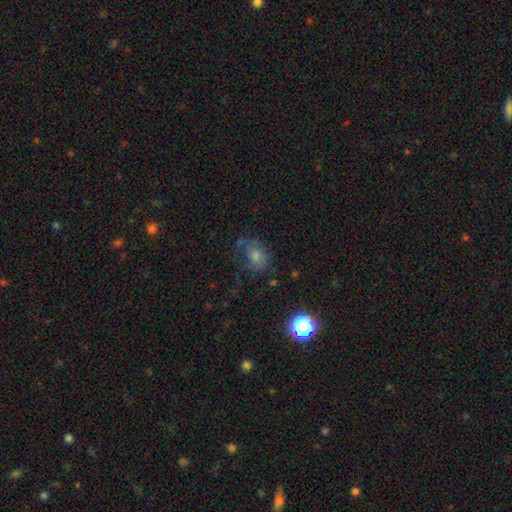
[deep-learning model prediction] smooth 48%, featured or disk 28%, star or artifact 24%. Down the decision tree: merging — none (50%).